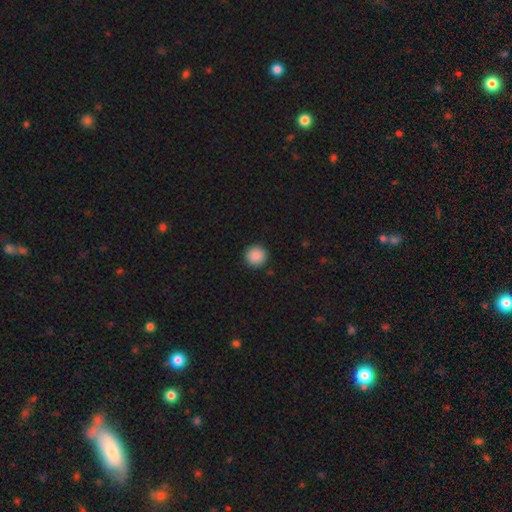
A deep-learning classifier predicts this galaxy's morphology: Smooth or featured?
  - smooth: 89% *
  - star or artifact: 8%
  - featured or disk: 2%
How rounded?
  - round: 96% *
  - in between: 3%
  - cigar-shaped: 1%
Merging?
  - none: 92% *
  - minor disturbance: 5%
  - major disturbance: 2%
  - merger: 1%